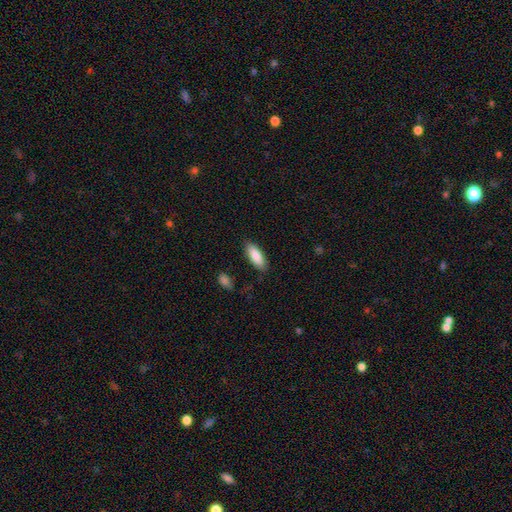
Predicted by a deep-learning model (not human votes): Smooth or featured? smooth (86%)
How rounded? in between (71%)
Merging? none (85%)